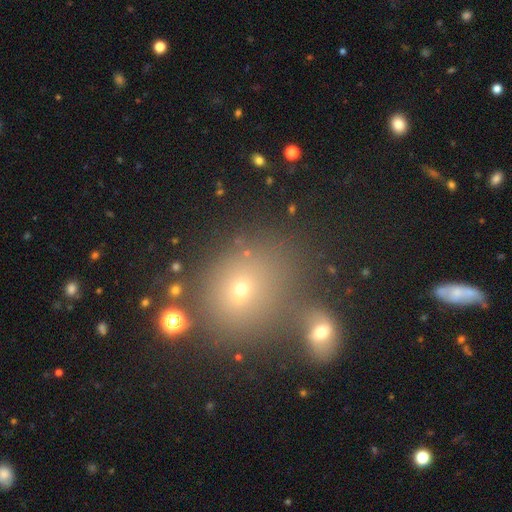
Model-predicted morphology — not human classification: Smooth or featured?
  - smooth: 50% *
  - star or artifact: 35%
  - featured or disk: 15%
Merging?
  - none: 70% *
  - merger: 14%
  - minor disturbance: 11%
  - major disturbance: 5%